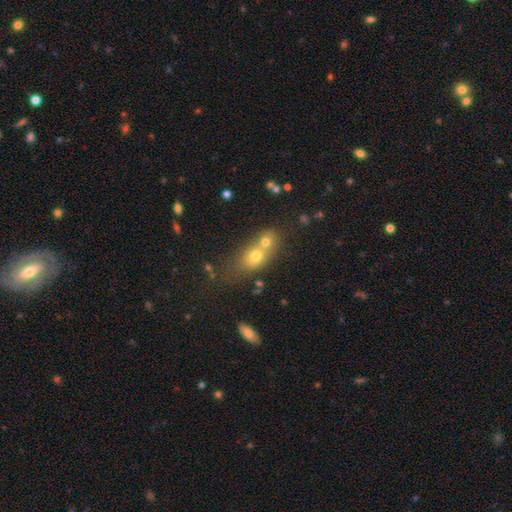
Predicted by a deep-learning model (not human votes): This appears to be a smooth galaxy with no disk features (64%) that is in between round and cigar-shaped (57%). Merging: merger (59%).